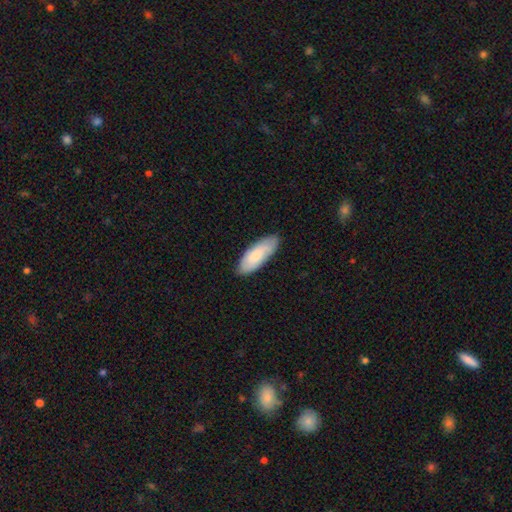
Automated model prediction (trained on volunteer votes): Smooth or featured? Predicted: smooth (p=0.73). How rounded? Predicted: in between (p=0.77). Merging? Predicted: none (p=0.82).